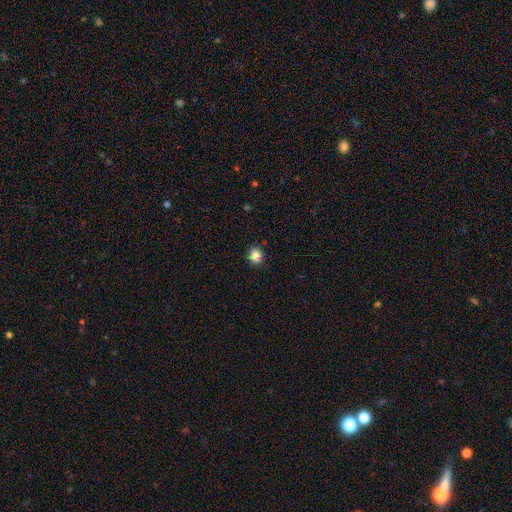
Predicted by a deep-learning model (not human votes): Smooth or featured: smooth — 84% (star or artifact — 11%)
How rounded: round — 88% (in between — 11%)
Merging: none — 90% (minor disturbance — 7%)